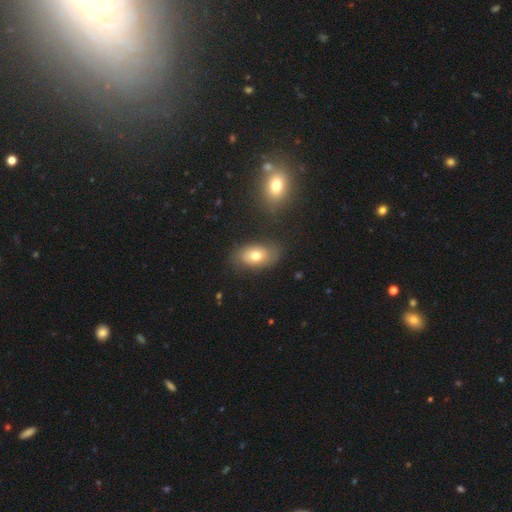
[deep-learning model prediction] Smooth or featured? smooth (68%)
How rounded? in between (88%)
Merging? none (74%)